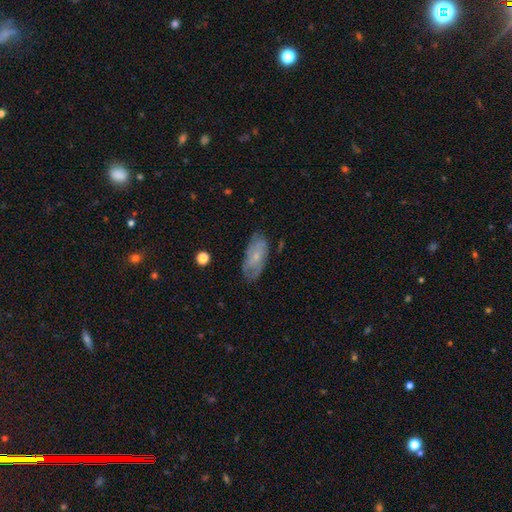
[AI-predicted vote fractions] Morphology: type=smooth (51%); roundness=in between (89%); merging=none (68%).